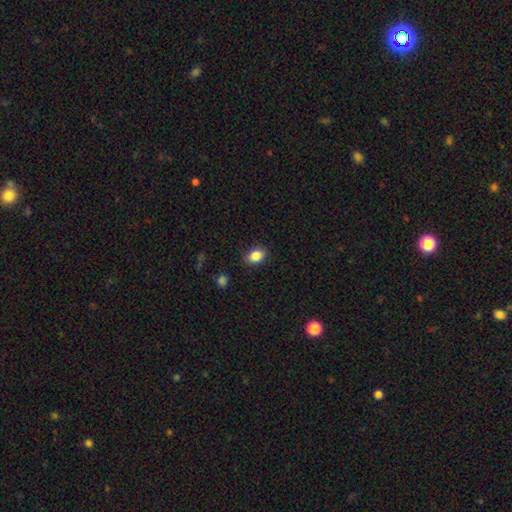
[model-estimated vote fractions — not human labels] Smooth or featured?
  - smooth: 85% *
  - star or artifact: 9%
  - featured or disk: 5%
How rounded?
  - in between: 73% *
  - round: 26%
  - cigar-shaped: 1%
Merging?
  - none: 86% *
  - minor disturbance: 10%
  - major disturbance: 2%
  - merger: 1%